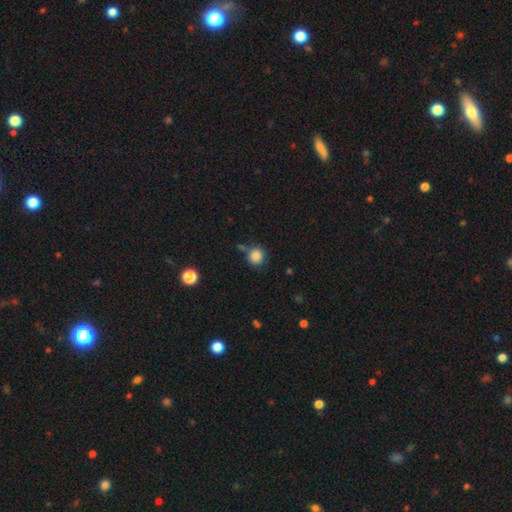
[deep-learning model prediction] Smooth or featured? smooth (86%)
How rounded? round (90%)
Merging? none (74%)